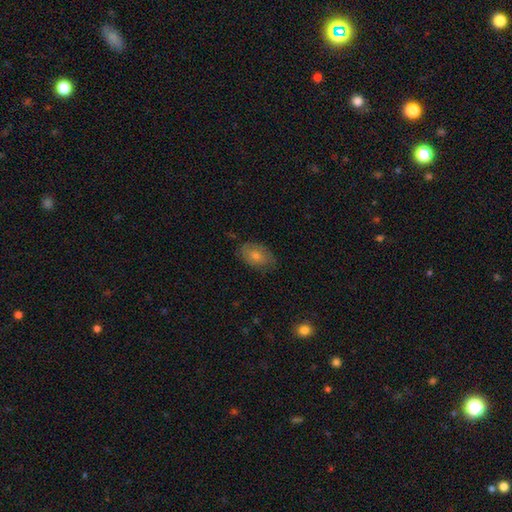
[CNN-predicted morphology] Smooth or featured?
  - smooth: 57% *
  - featured or disk: 32%
  - star or artifact: 11%
How rounded?
  - in between: 84% *
  - round: 14%
  - cigar-shaped: 2%
Merging?
  - none: 77% *
  - minor disturbance: 18%
  - major disturbance: 4%
  - merger: 1%